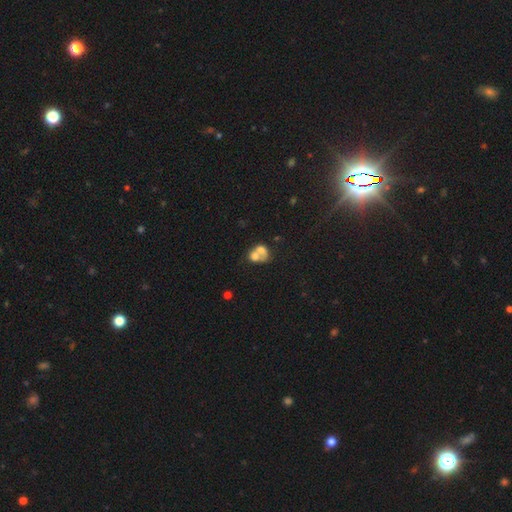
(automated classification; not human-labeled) This is possibly a smooth galaxy (59%). How rounded: possibly in between (51%). Merging: likely merger (68%).